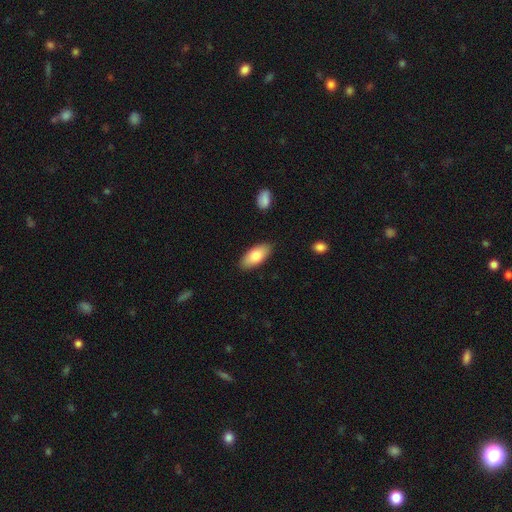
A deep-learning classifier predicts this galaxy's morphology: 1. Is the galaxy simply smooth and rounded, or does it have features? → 80% smooth, 14% featured or disk, 6% star or artifact.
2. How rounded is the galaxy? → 88% in between, 10% cigar-shaped, 2% round.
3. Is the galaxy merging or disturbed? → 87% none, 10% minor disturbance, 2% major disturbance, 1% merger.